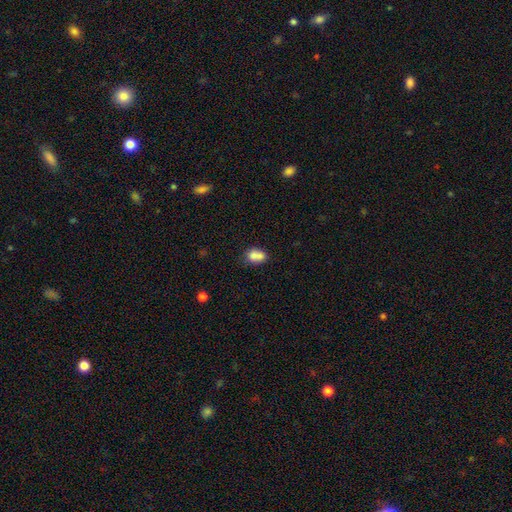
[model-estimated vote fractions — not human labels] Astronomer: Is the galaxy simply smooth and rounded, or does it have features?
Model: smooth — 73%.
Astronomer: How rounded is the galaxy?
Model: in between — 53% (runner-up: round, 45%).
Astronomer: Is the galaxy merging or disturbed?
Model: merger — 58%.